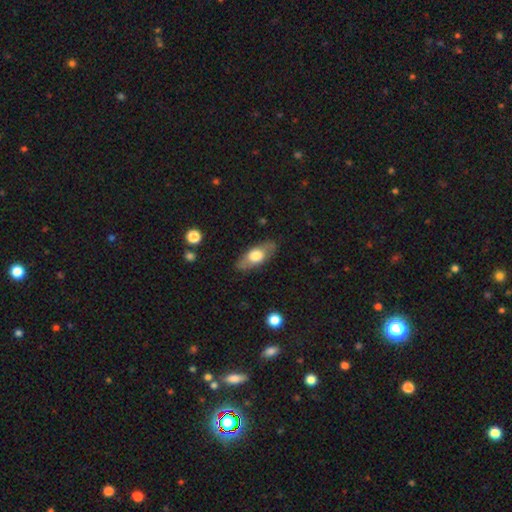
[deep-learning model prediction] Q: Smooth or featured?
A: smooth (57%); runner-up: featured or disk (37%)
Q: How rounded?
A: in between (76%); runner-up: cigar-shaped (18%)
Q: Merging?
A: none (82%); runner-up: minor disturbance (13%)